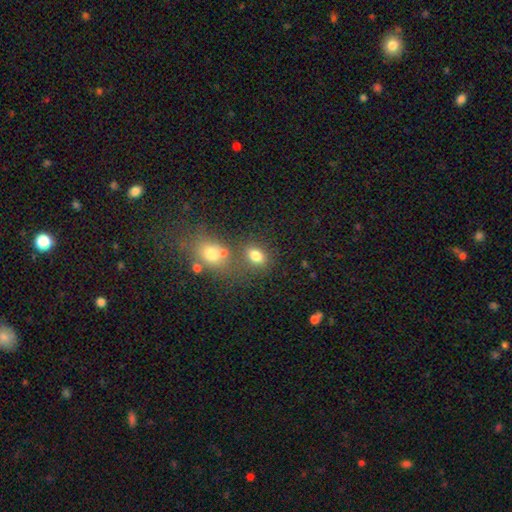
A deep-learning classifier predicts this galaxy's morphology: Smooth or featured? Predicted: smooth (p=0.78). How rounded? Predicted: in between (p=0.67). Merging? Predicted: none (p=0.59).